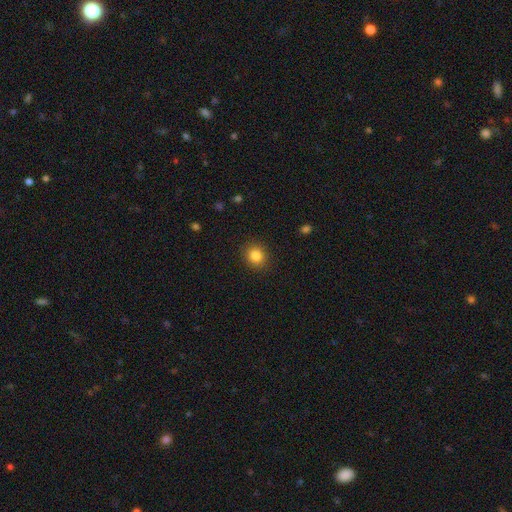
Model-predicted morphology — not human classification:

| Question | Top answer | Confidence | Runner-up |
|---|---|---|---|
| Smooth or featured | smooth | 84% | star or artifact (10%) |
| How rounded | round | 81% | in between (18%) |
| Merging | none | 90% | minor disturbance (7%) |